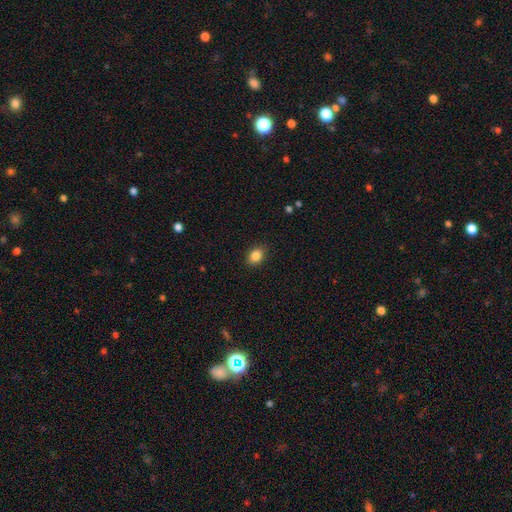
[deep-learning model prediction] A smooth galaxy with no disk features (85%) that is in between round and cigar-shaped (63%). Merging: none (88%).